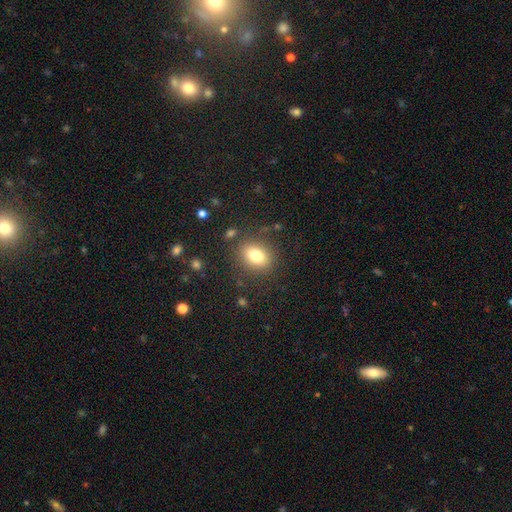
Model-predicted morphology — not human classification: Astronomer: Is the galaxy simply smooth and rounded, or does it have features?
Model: smooth — 79%.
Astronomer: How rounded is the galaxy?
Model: in between — 64%.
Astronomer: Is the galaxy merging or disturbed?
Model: none — 82%.